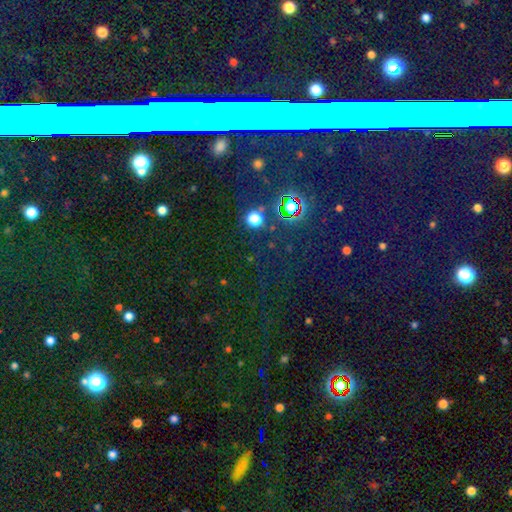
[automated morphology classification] Smooth or featured? star or artifact (80%)